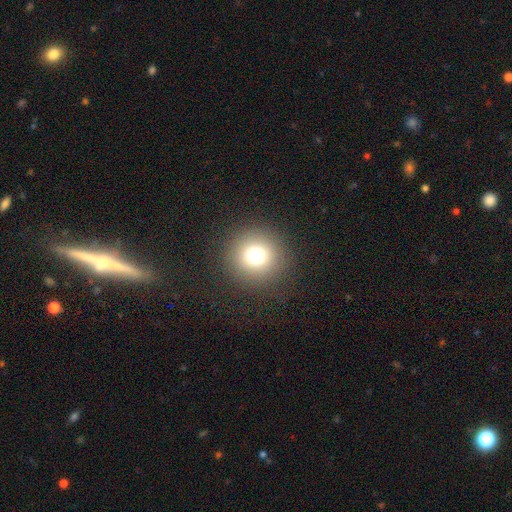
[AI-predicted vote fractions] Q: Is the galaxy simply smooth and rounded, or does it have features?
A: smooth — 73%.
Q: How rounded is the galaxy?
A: round — 95%.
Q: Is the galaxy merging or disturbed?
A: none — 90%.